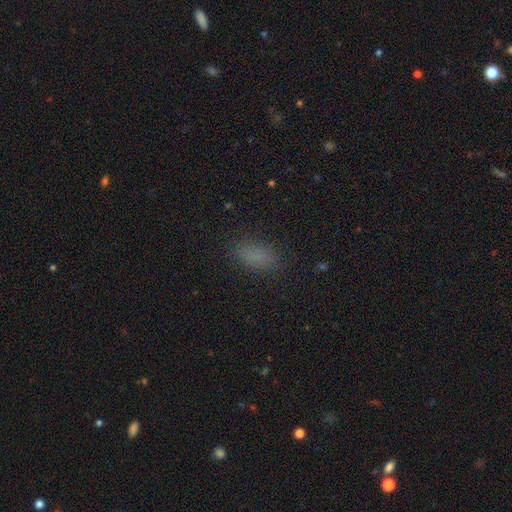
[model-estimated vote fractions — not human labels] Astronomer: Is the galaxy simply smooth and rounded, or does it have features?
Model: smooth — 80%.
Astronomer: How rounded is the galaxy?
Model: in between — 84%.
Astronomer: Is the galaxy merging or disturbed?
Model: none — 82%.